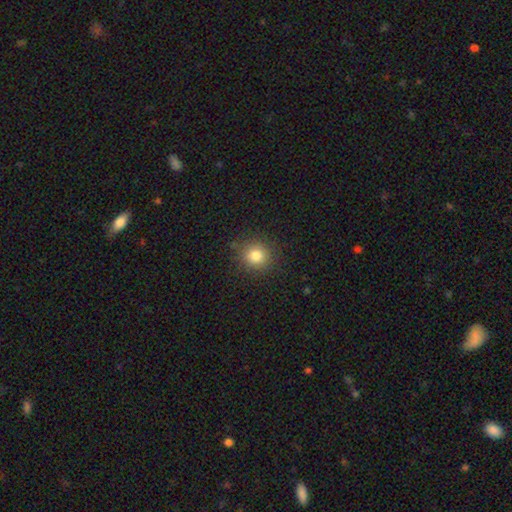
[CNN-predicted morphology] smooth 81%, star or artifact 12%, featured or disk 7%. Down the decision tree: how rounded — round (90%); merging — none (87%).